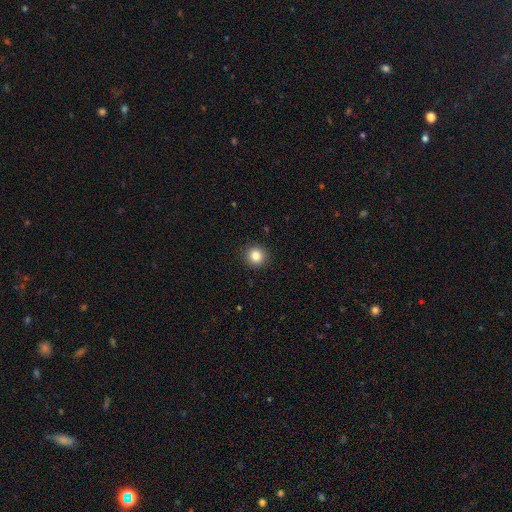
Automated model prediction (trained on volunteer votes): A smooth galaxy with no disk features (85%) that is round (91%). Merging: none (92%).